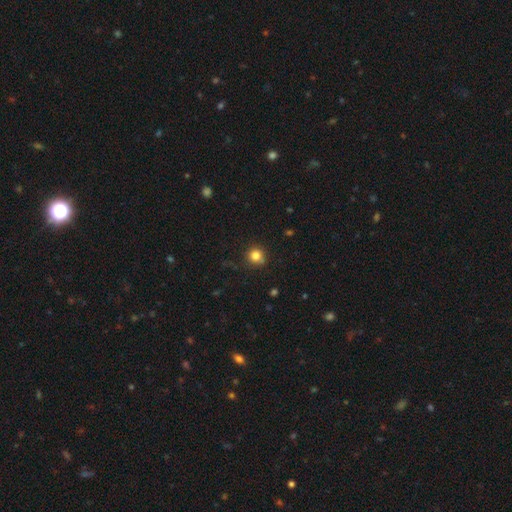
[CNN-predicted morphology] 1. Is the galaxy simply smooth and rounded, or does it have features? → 82% smooth, 13% star or artifact, 5% featured or disk.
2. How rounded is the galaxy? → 90% round, 9% in between, 1% cigar-shaped.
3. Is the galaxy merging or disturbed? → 81% none, 14% minor disturbance, 3% major disturbance, 2% merger.